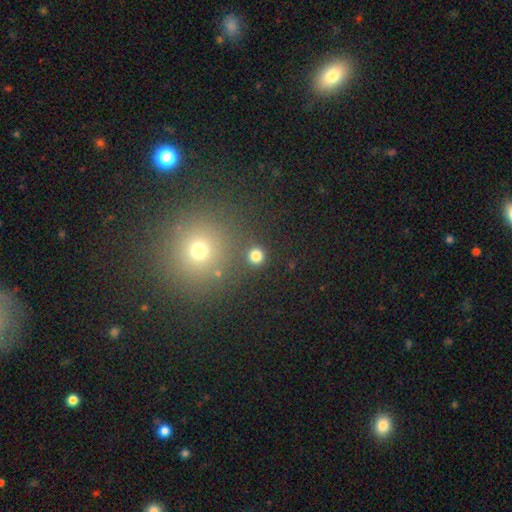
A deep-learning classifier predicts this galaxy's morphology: type=smooth (79%); roundness=round (92%); merging=none (86%).